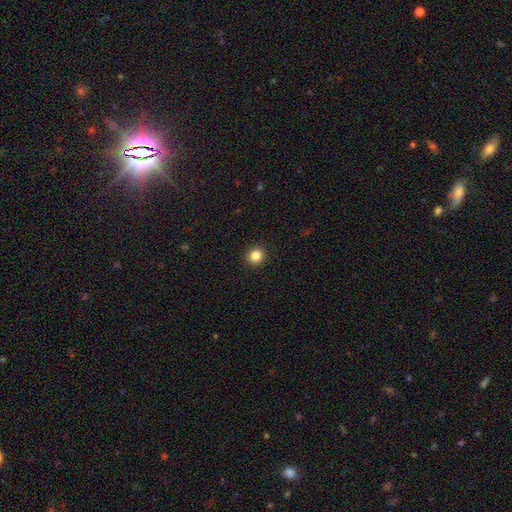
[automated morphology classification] Smooth or featured? Predicted: smooth (p=0.85). How rounded? Predicted: round (p=0.86). Merging? Predicted: none (p=0.92).